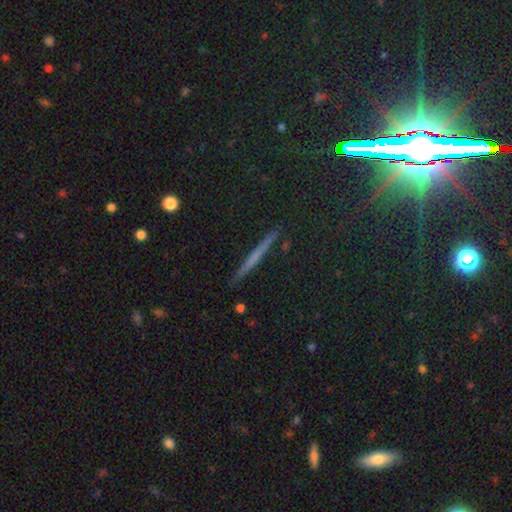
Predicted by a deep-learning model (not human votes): This appears to be a featured or disk galaxy (42%). Merging: none (91%).